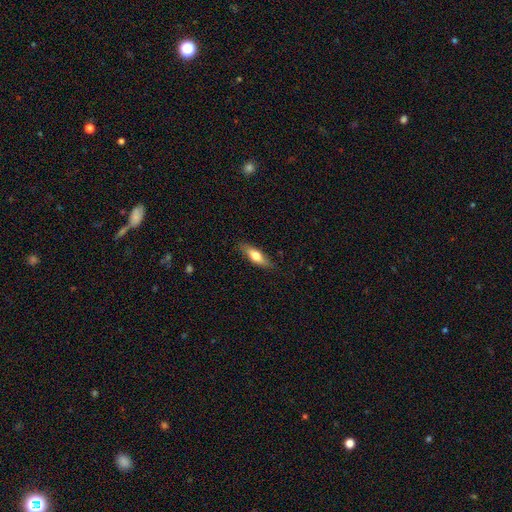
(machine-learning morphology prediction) type=smooth (66%); roundness=in between (53%); merging=none (83%).